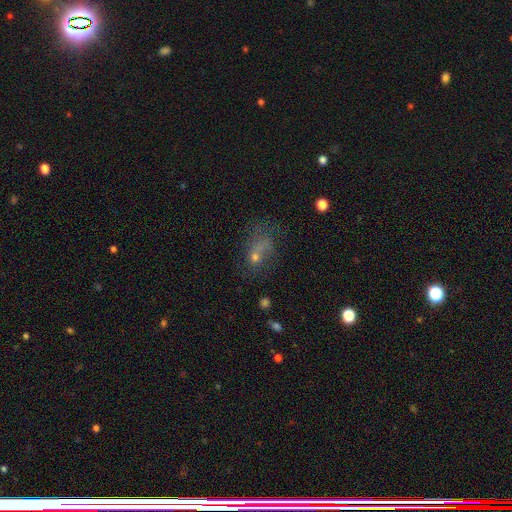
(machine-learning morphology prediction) smooth_or_featured: smooth (p=0.44) [alt: featured or disk p=0.30]
merging: major disturbance (p=0.36) [alt: none p=0.35]